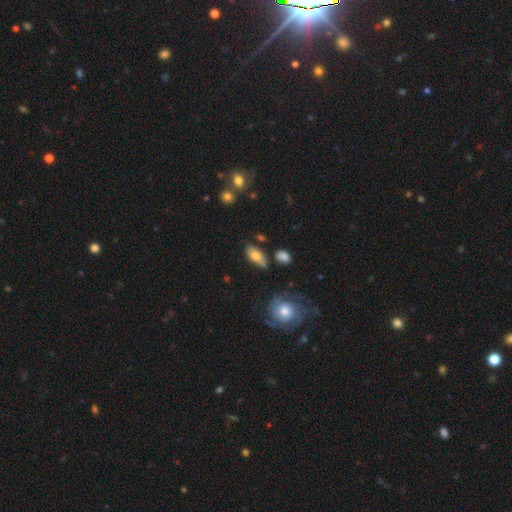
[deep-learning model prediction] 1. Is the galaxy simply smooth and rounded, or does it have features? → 73% smooth, 20% featured or disk, 7% star or artifact.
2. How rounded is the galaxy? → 85% in between, 12% cigar-shaped, 4% round.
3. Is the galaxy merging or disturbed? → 68% none, 21% minor disturbance, 6% merger, 5% major disturbance.